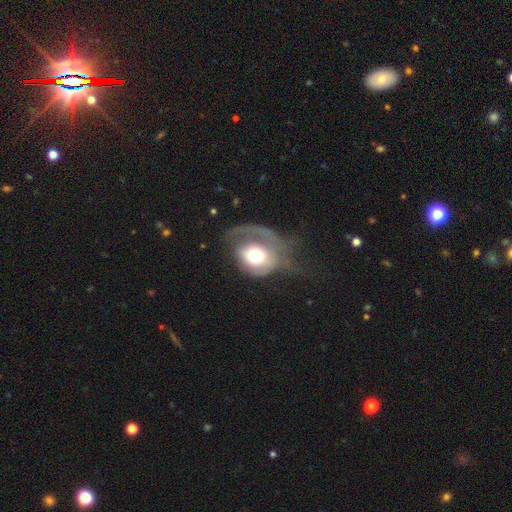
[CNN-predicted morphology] smooth_or_featured: smooth (p=0.47) [alt: featured or disk p=0.46]
merging: major disturbance (p=0.57) [alt: none p=0.21]